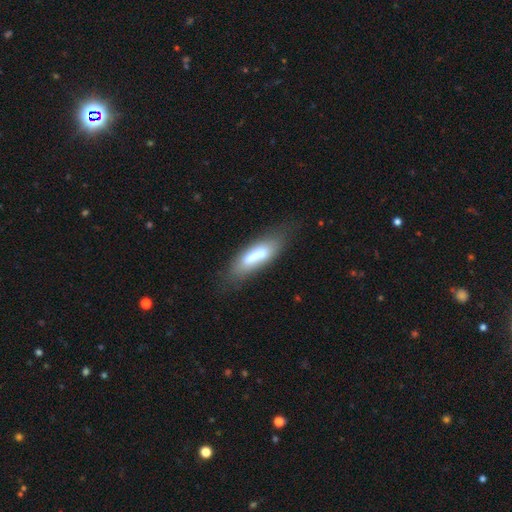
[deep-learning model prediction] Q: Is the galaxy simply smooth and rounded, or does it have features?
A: smooth — 64%.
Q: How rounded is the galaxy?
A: in between — 50%.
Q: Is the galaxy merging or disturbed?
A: none — 53%.